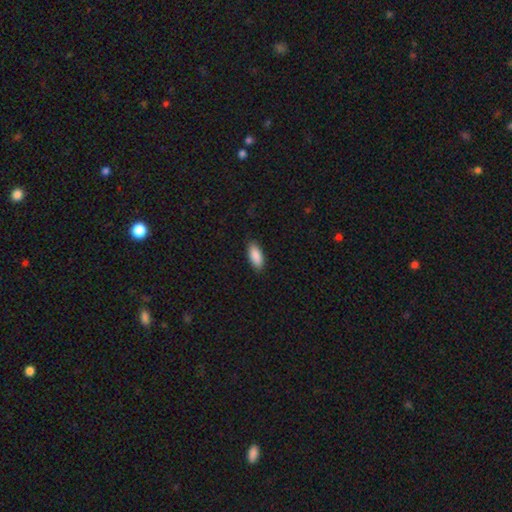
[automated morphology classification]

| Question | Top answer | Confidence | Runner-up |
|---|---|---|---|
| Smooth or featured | smooth | 90% | star or artifact (6%) |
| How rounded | in between | 84% | cigar-shaped (14%) |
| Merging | none | 88% | minor disturbance (9%) |